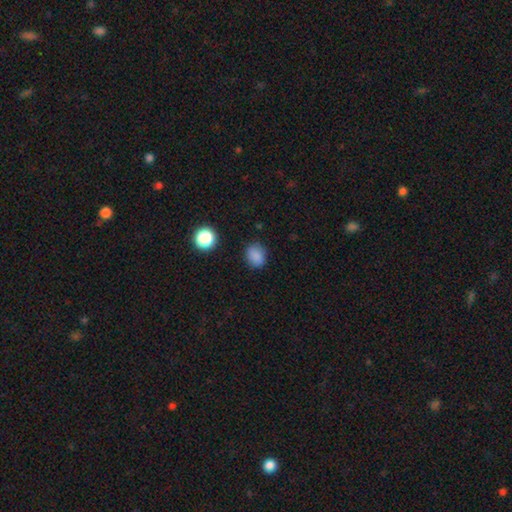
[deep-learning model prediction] Q: Smooth or featured?
A: smooth (85%); runner-up: star or artifact (12%)
Q: How rounded?
A: round (57%); runner-up: in between (42%)
Q: Merging?
A: none (81%); runner-up: minor disturbance (14%)